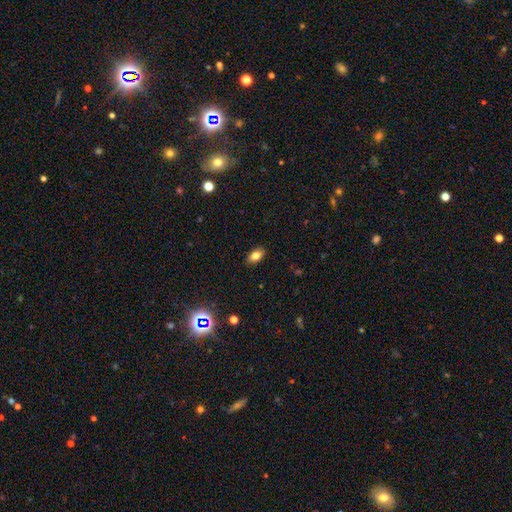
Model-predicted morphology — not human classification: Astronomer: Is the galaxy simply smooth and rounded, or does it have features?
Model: smooth — 81%.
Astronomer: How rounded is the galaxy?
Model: in between — 89%.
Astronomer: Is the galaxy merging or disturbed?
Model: none — 89%.